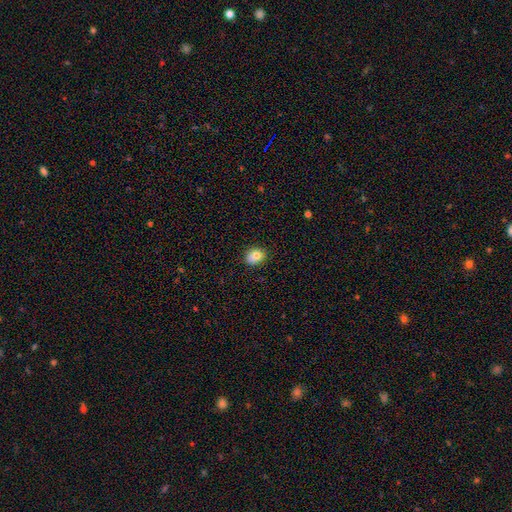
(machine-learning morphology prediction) This appears to be a smooth galaxy with no disk features (81%) that is in between round and cigar-shaped (53%). Merging: none (81%).